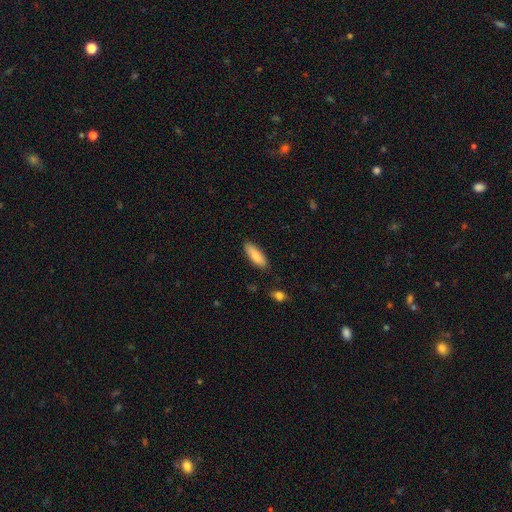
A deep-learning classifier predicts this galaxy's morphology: Smooth or featured? Predicted: smooth (p=0.85). How rounded? Predicted: in between (p=0.62). Merging? Predicted: none (p=0.85).